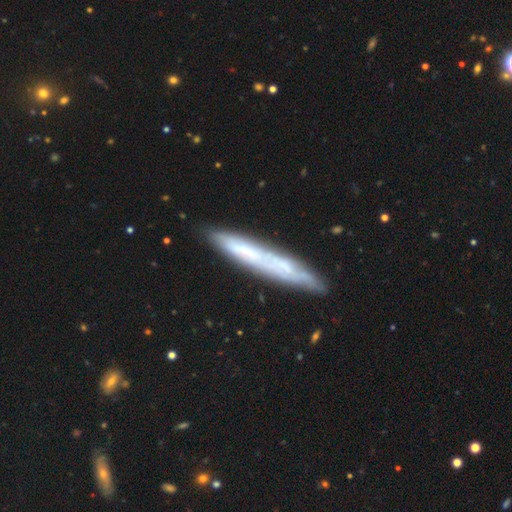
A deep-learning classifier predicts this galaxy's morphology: Smooth or featured: featured or disk — 53% (smooth — 38%)
Edge-on disk: yes — 79% (no — 21%)
Merging: none — 82% (minor disturbance — 13%)